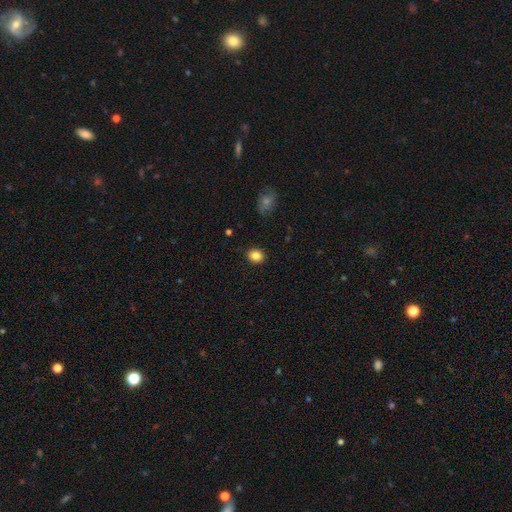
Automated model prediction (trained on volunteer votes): Smooth or featured? smooth (85%)
How rounded? round (55%)
Merging? none (89%)